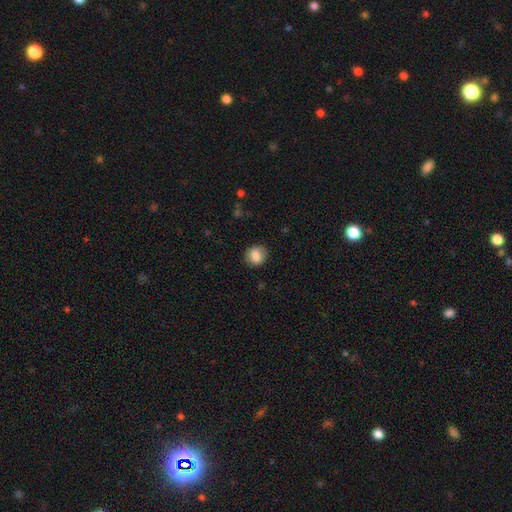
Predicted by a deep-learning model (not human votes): smooth_or_featured: smooth (p=0.85) [alt: star or artifact p=0.08]
how_rounded: round (p=0.74) [alt: in between p=0.25]
merging: none (p=0.83) [alt: minor disturbance p=0.12]